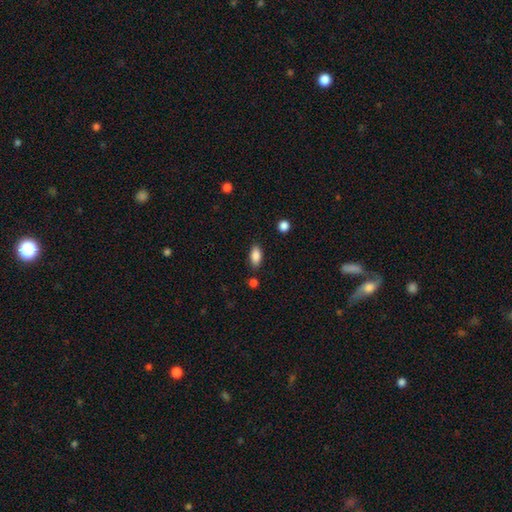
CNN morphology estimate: A smooth galaxy with no disk features (86%) that is in between round and cigar-shaped (87%). Merging: none (82%).